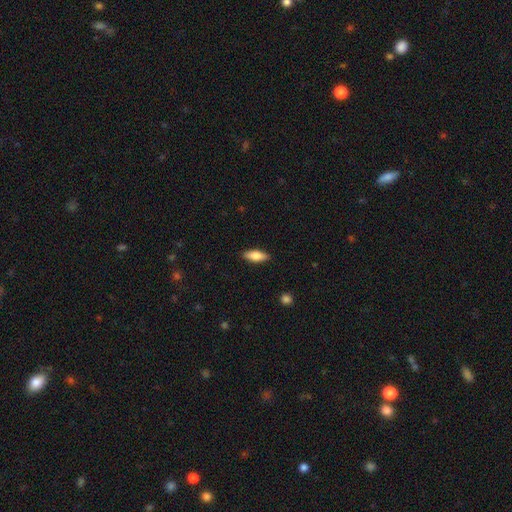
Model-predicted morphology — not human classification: A smooth galaxy with no disk features (79%) that is in between round and cigar-shaped (70%).

Vote fractions:
- Smooth or featured? smooth: 79% / featured or disk: 15% / star or artifact: 6%
- How rounded? in between: 70% / cigar-shaped: 28% / round: 2%
- Merging? none: 89% / minor disturbance: 8% / major disturbance: 2% / merger: 1%